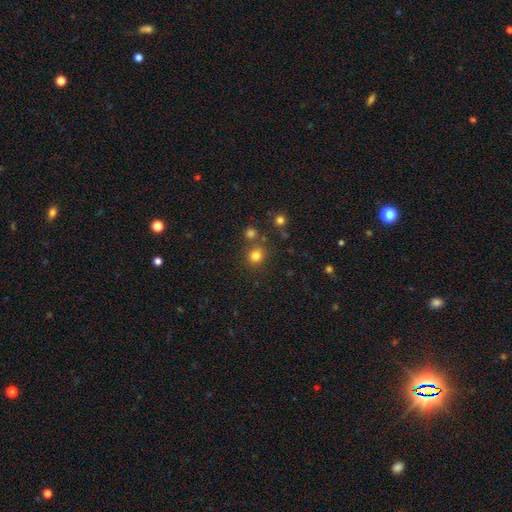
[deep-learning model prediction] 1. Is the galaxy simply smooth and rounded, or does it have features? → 79% smooth, 15% star or artifact, 6% featured or disk.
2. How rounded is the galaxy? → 90% round, 9% in between, 1% cigar-shaped.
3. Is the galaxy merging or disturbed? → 77% none, 12% merger, 8% minor disturbance, 3% major disturbance.